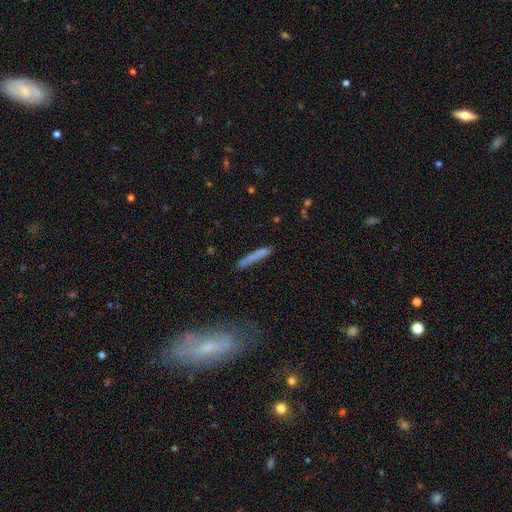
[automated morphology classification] A smooth galaxy with no disk features (68%) that is cigar-shaped (93%). Merging: none (69%).